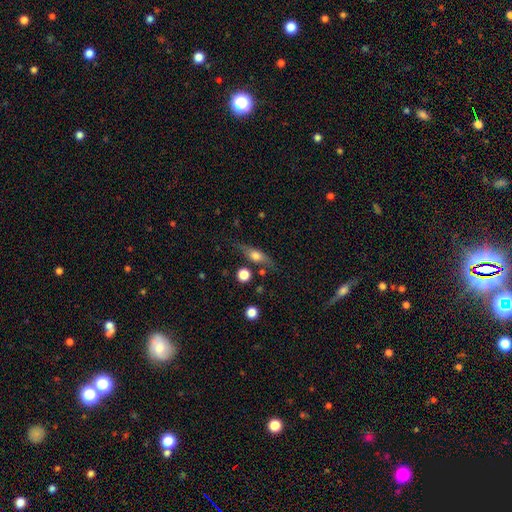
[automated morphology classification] Smooth or featured? smooth (49%)
Merging? none (73%)